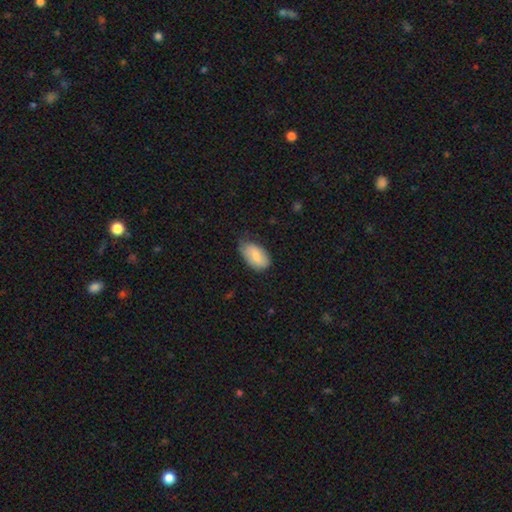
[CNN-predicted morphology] smooth-or-featured: smooth: 75% | featured or disk: 18% | star or artifact: 6%
  how-rounded: in between: 94% | round: 4% | cigar-shaped: 2%
  merging: none: 60% | minor disturbance: 33% | major disturbance: 6% | merger: 1%